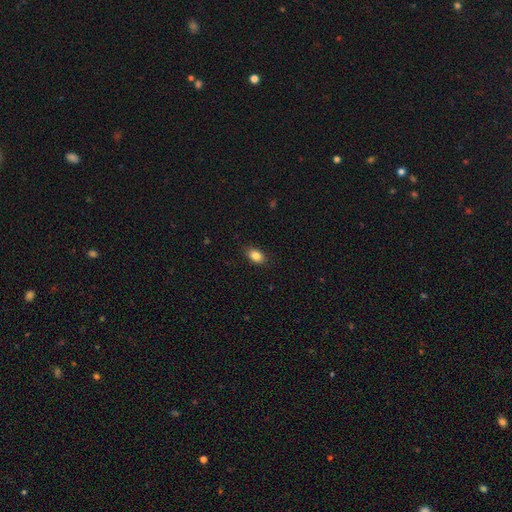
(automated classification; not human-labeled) Smooth or featured?
  - smooth: 85% *
  - star or artifact: 8%
  - featured or disk: 6%
How rounded?
  - in between: 87% *
  - round: 11%
  - cigar-shaped: 2%
Merging?
  - none: 87% *
  - minor disturbance: 10%
  - major disturbance: 2%
  - merger: 1%